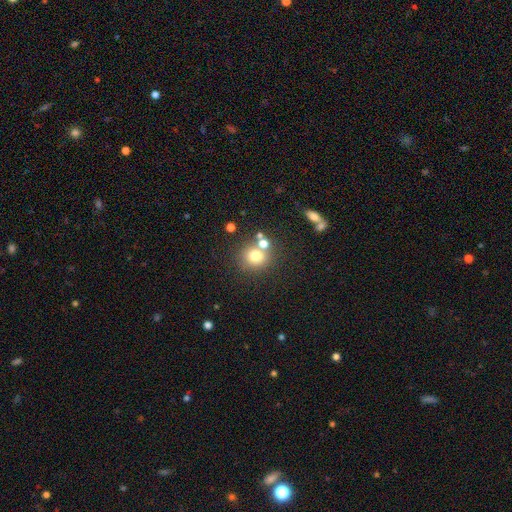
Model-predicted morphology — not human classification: Overall: smooth (74%). How rounded: round (88%). Merging: none (65%).